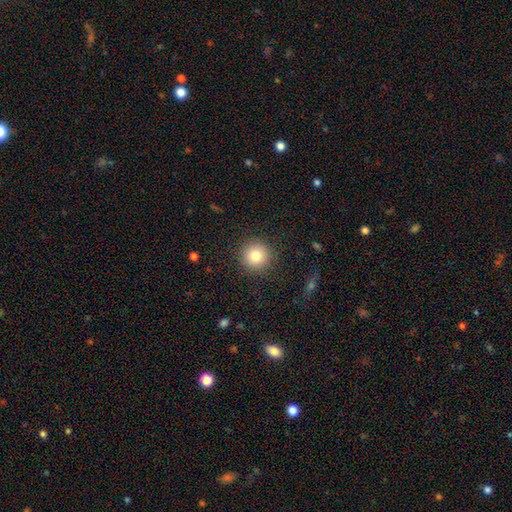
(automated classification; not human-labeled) Smooth or featured? smooth (82%)
How rounded? round (95%)
Merging? none (91%)